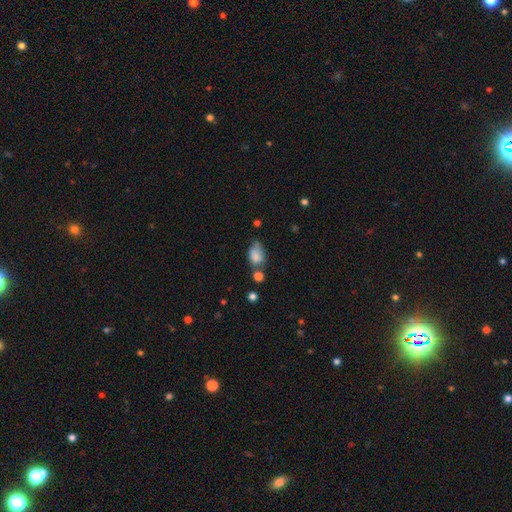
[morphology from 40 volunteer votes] A smooth galaxy with no disk features (78%) that is in between round and cigar-shaped (87%).

Vote fractions:
- Smooth or featured? smooth: 78% / featured or disk: 12% / star or artifact: 10%
- How rounded? in between: 87% / round: 10% / cigar-shaped: 3%
- Merging? minor disturbance: 44% / none: 28% / major disturbance: 14% / merger: 14%